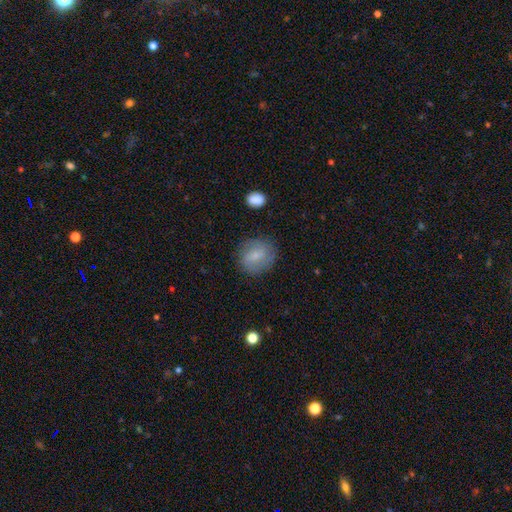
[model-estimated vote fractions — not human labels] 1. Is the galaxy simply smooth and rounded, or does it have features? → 67% smooth, 26% featured or disk, 8% star or artifact.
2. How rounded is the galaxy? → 74% round, 25% in between, 1% cigar-shaped.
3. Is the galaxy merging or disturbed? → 78% none, 15% minor disturbance, 5% major disturbance, 2% merger.